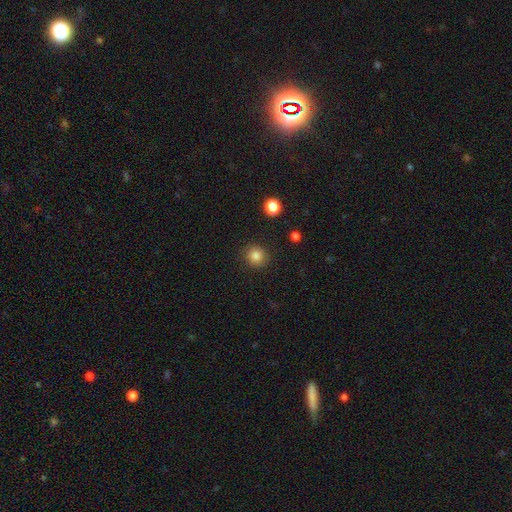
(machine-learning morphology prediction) Smooth or featured? Predicted: smooth (p=0.84). How rounded? Predicted: round (p=0.90). Merging? Predicted: none (p=0.89).